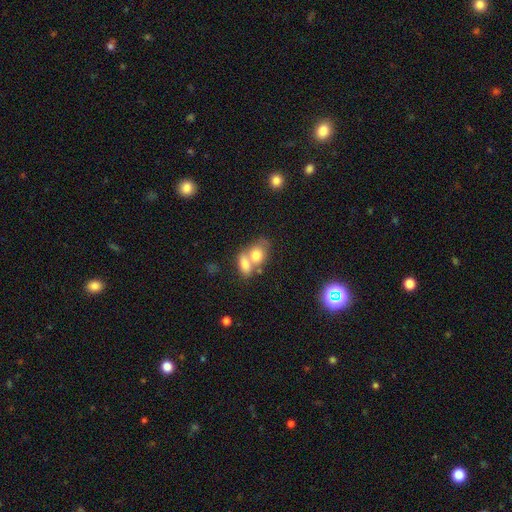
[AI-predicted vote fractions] Morphology: type=smooth (75%); roundness=in between (64%); merging=merger (65%).